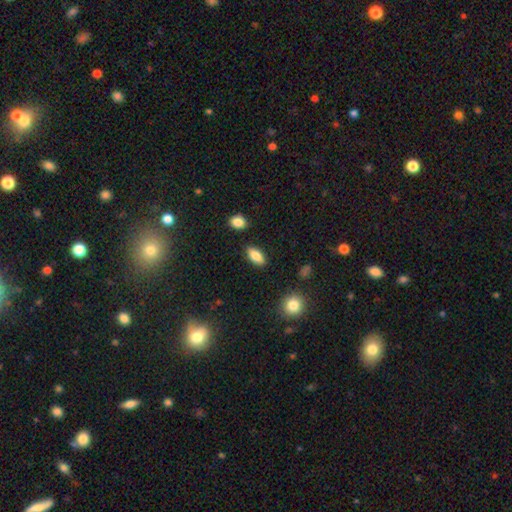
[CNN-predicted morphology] smooth_or_featured: smooth (p=0.84) [alt: featured or disk p=0.09]
how_rounded: in between (p=0.87) [alt: cigar-shaped p=0.10]
merging: none (p=0.87) [alt: minor disturbance p=0.09]